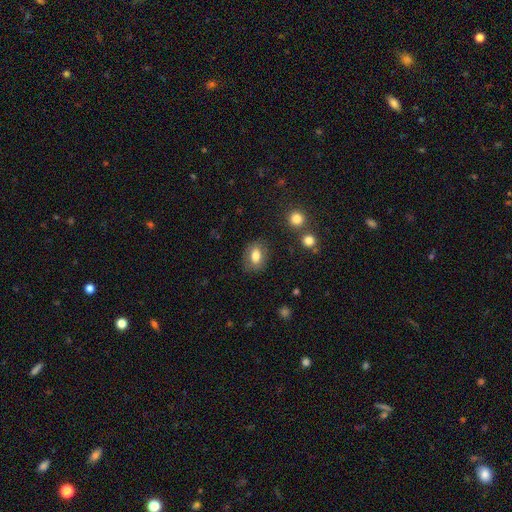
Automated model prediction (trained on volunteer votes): The model was most divided on "how rounded": in between: 77%, round: 21%, cigar-shaped: 2%. More confident: merging — none (81%); smooth or featured — smooth (76%).